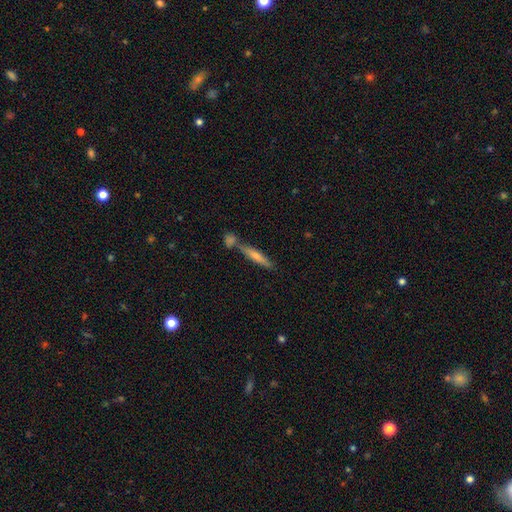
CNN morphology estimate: This appears to be a smooth galaxy with no disk features (48%). Merging: none (67%).